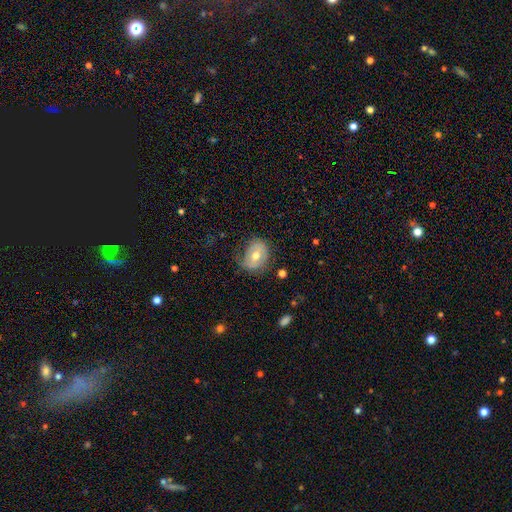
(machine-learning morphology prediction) The model was most divided on "smooth or featured": featured or disk: 47%, smooth: 45%, star or artifact: 8%. More confident: merging — none (57%).